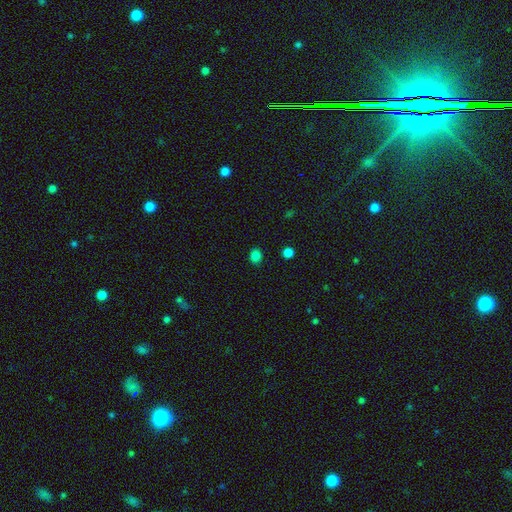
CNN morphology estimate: Smooth or featured: smooth — 83% (star or artifact — 13%)
How rounded: round — 61% (in between — 38%)
Merging: none — 87% (minor disturbance — 9%)